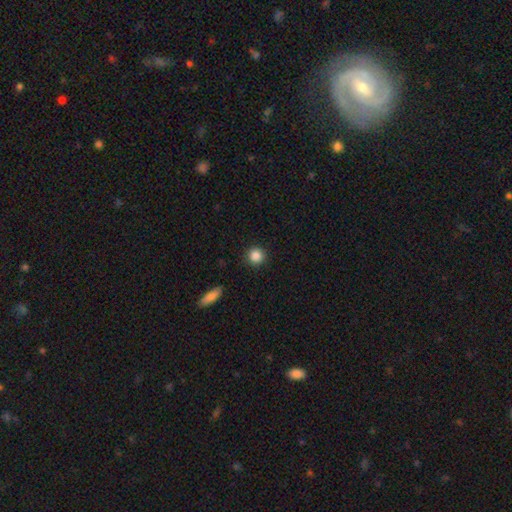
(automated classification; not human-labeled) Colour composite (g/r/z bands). It shows a smooth galaxy with no disk features (86%) that is round (93%). Merging: none (91%).